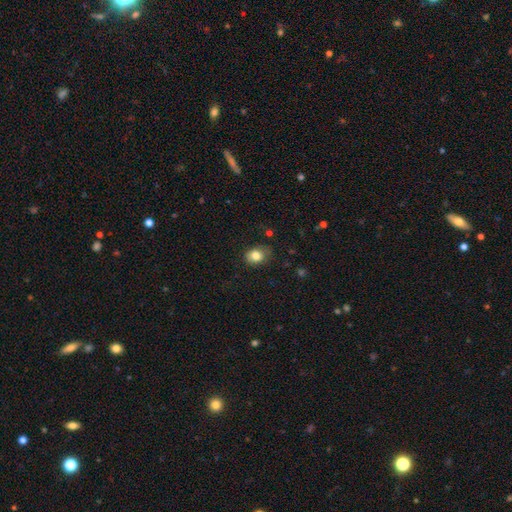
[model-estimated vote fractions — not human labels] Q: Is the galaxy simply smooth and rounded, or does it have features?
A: smooth — 83%.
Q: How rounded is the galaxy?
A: in between — 55%.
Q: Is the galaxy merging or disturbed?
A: none — 74%.